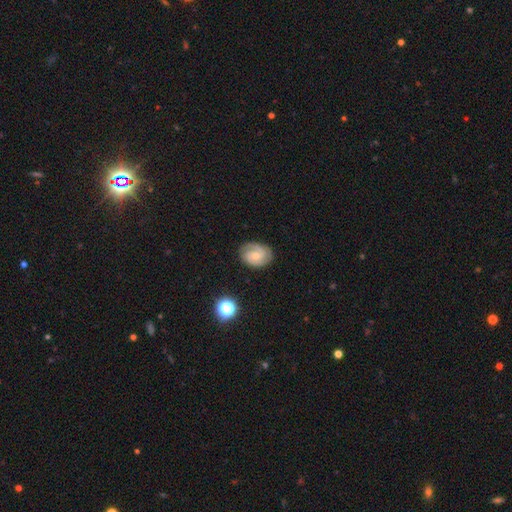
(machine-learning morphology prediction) Smooth or featured? featured or disk (80%)
Edge-on disk? no (97%)
Bar? no (62%)
Spiral arms? yes (96%)
Spiral winding? tight (60%)
Spiral arm count? 2 (70%)
Bulge size? small (53%)
Merging? none (80%)